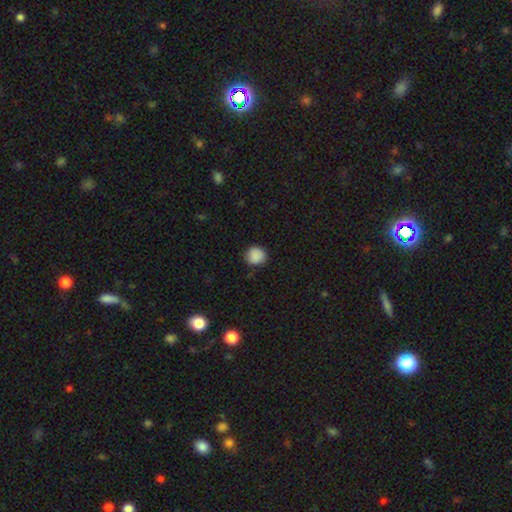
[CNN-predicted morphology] The model was most divided on "merging": none: 83%, minor disturbance: 13%, major disturbance: 3%, merger: 1%. More confident: how rounded — round (89%); smooth or featured — smooth (87%).